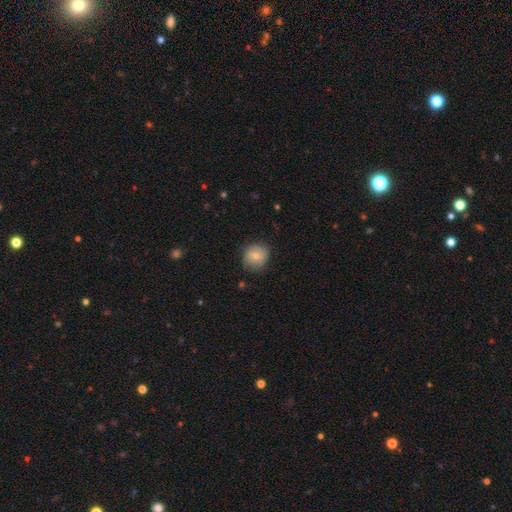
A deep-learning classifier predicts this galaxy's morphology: A smooth galaxy with no disk features (77%) that is round (84%).

Vote fractions:
- Smooth or featured? smooth: 77% / featured or disk: 15% / star or artifact: 7%
- How rounded? round: 84% / in between: 15% / cigar-shaped: 1%
- Merging? none: 78% / minor disturbance: 17% / major disturbance: 4% / merger: 1%